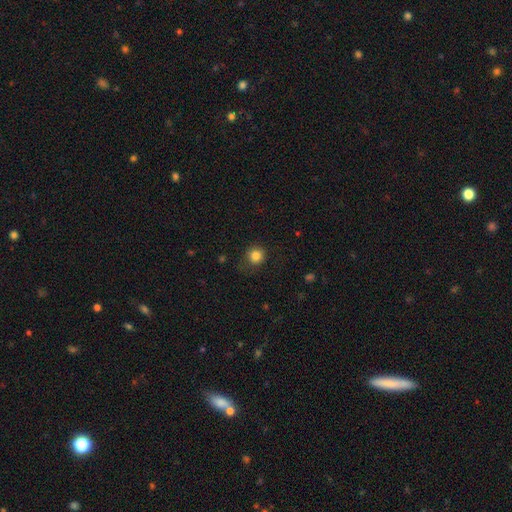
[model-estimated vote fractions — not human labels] Q: Smooth or featured?
A: smooth (83%); runner-up: star or artifact (12%)
Q: How rounded?
A: round (90%); runner-up: in between (9%)
Q: Merging?
A: none (80%); runner-up: minor disturbance (14%)